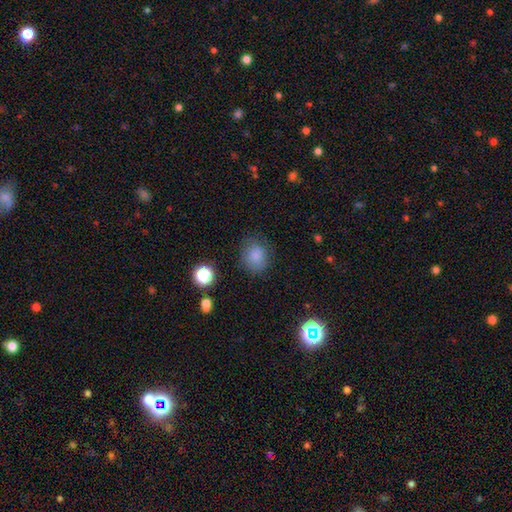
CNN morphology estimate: type=smooth (82%); roundness=round (69%); merging=none (74%).